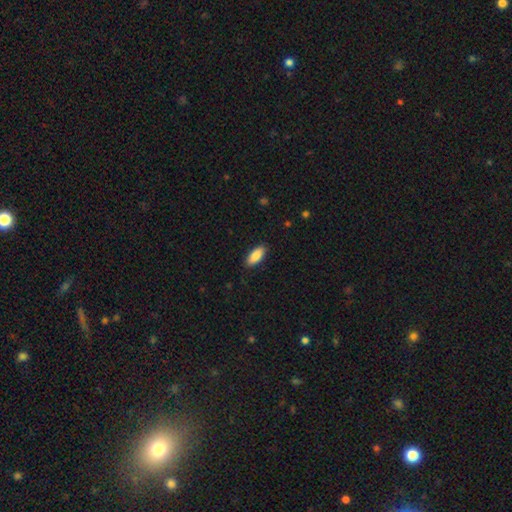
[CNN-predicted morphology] Smooth or featured? smooth (88%)
How rounded? in between (82%)
Merging? none (89%)